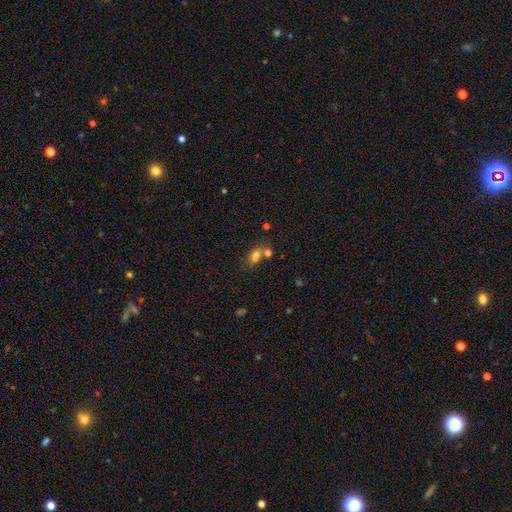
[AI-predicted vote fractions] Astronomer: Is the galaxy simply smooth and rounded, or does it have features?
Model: smooth — 66%.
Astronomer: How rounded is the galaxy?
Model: in between — 67%.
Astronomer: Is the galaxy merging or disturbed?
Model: merger — 45% (runner-up: none, 38%).